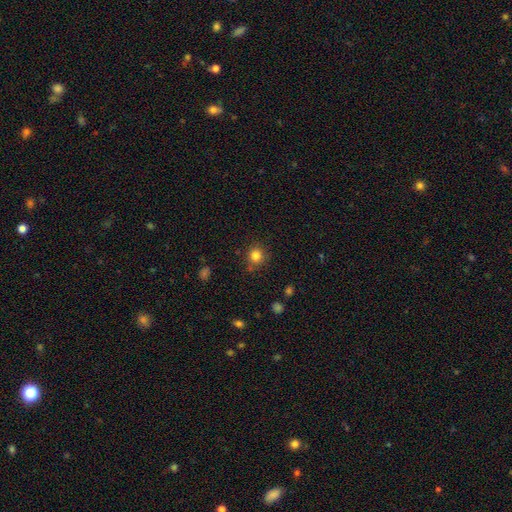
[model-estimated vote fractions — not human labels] Smooth or featured? Predicted: smooth (p=0.82). How rounded? Predicted: round (p=0.88). Merging? Predicted: none (p=0.80).